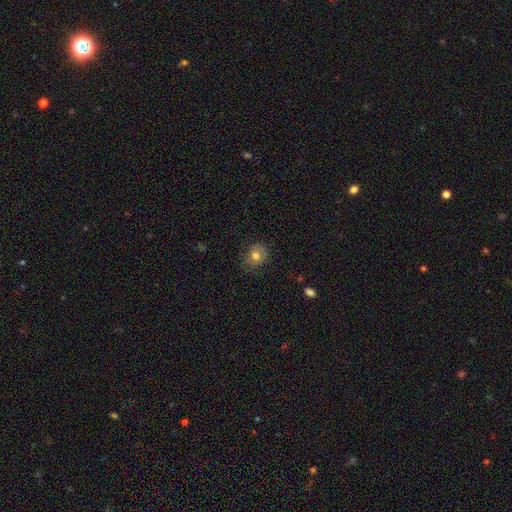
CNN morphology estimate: Smooth or featured? smooth (75%)
How rounded? round (61%)
Merging? none (74%)